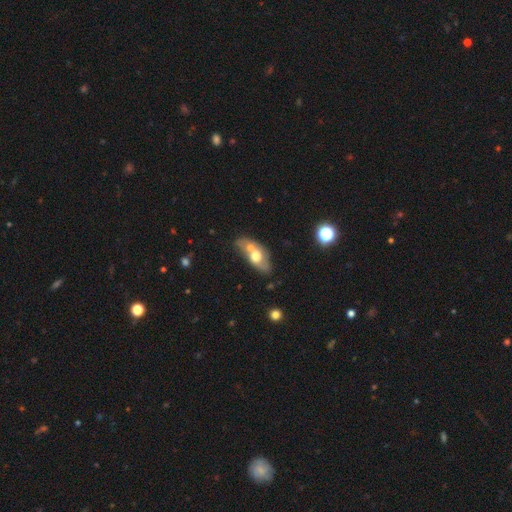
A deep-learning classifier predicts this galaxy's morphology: type=smooth (50%); merging=merger (38%, tied with none).